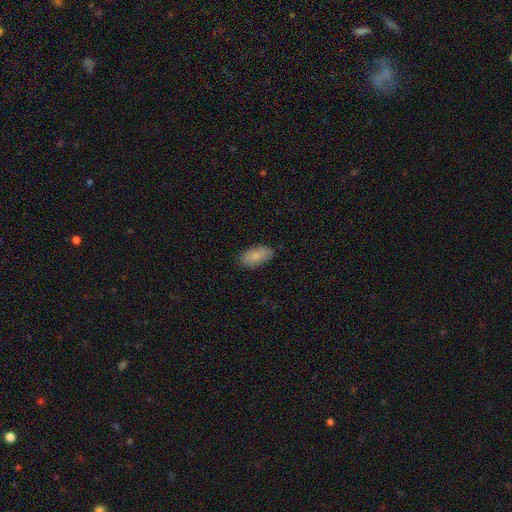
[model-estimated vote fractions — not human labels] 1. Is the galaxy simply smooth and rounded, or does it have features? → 83% smooth, 11% featured or disk, 6% star or artifact.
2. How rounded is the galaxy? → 93% in between, 4% cigar-shaped, 3% round.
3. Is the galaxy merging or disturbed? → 86% none, 11% minor disturbance, 2% major disturbance, 1% merger.